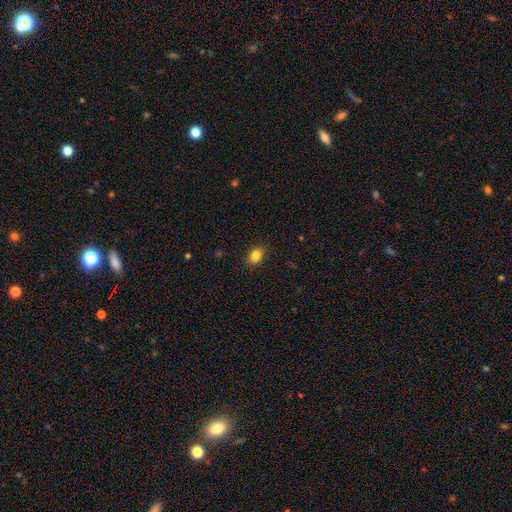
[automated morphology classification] smooth_or_featured: smooth (p=0.84) [alt: star or artifact p=0.10]
how_rounded: in between (p=0.71) [alt: round p=0.28]
merging: none (p=0.89) [alt: minor disturbance p=0.08]